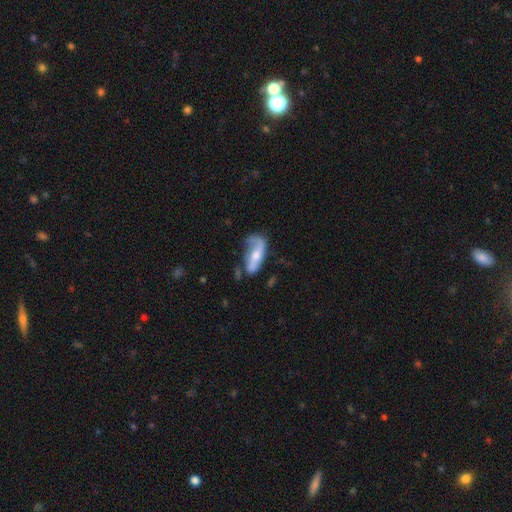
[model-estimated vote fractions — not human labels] Morphology: type=featured or disk (55%); edge-on=no (82%); merging=none (45%).